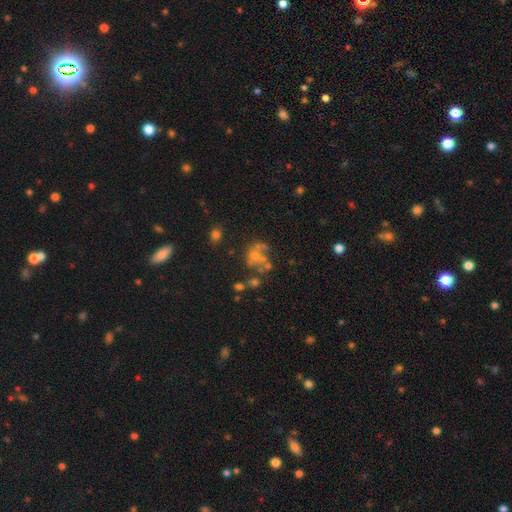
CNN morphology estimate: Smooth or featured? featured or disk (43%)
Merging? none (32%)